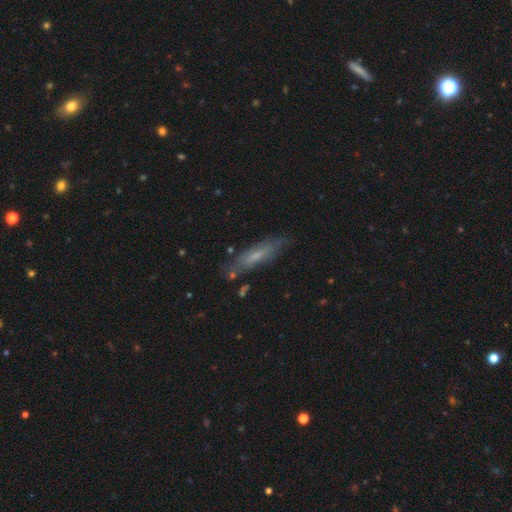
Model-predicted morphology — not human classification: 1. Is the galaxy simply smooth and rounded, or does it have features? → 49% smooth, 43% featured or disk, 8% star or artifact.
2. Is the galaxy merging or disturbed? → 76% none, 16% minor disturbance, 5% major disturbance, 3% merger.